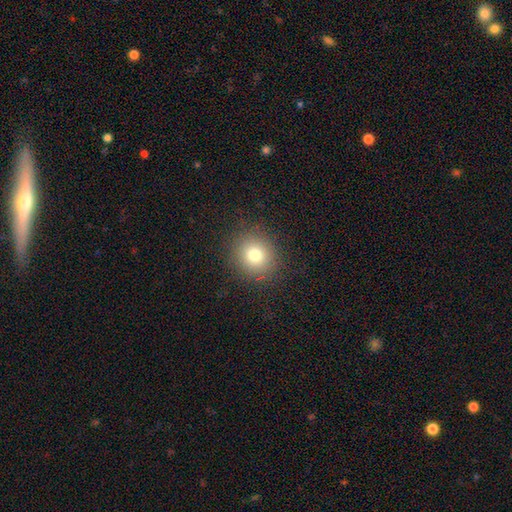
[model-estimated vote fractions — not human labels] This is likely a smooth galaxy (77%). How rounded: clearly round (86%). Merging: clearly none (92%).